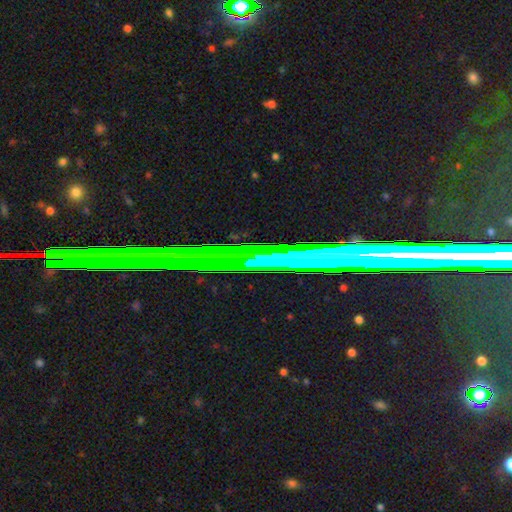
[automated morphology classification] Smooth or featured: star or artifact — 61% (featured or disk — 27%)